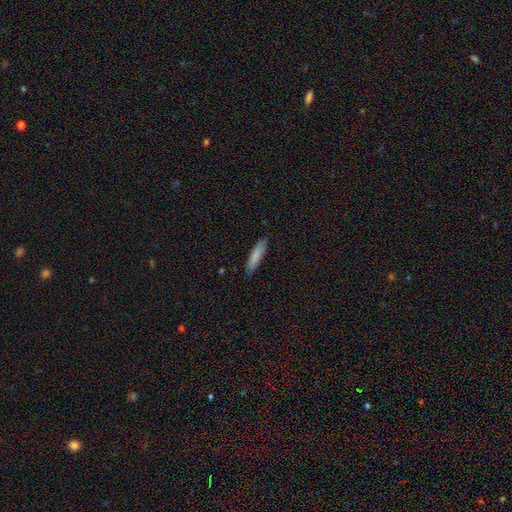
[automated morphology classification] smooth-or-featured: smooth: 82% | featured or disk: 12% | star or artifact: 6%
  how-rounded: cigar-shaped: 77% | in between: 22% | round: 1%
  merging: none: 87% | minor disturbance: 11% | major disturbance: 2% | merger: 1%